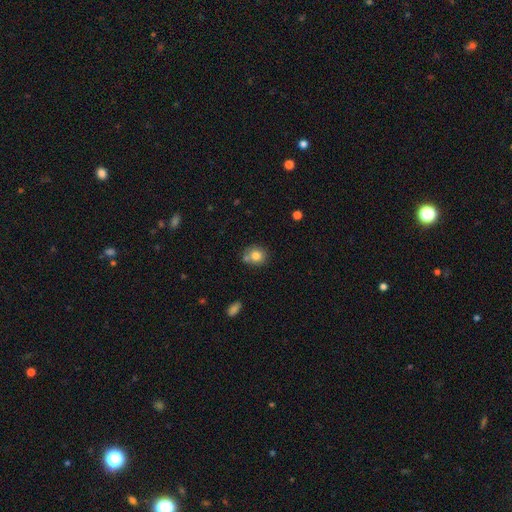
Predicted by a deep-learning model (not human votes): Smooth or featured? Predicted: smooth (p=0.80). How rounded? Predicted: round (p=0.79). Merging? Predicted: none (p=0.63).